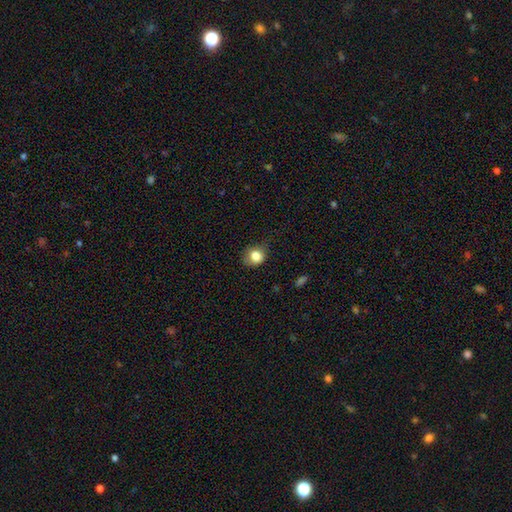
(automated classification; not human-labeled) Smooth or featured? smooth (83%)
How rounded? round (68%)
Merging? none (53%)